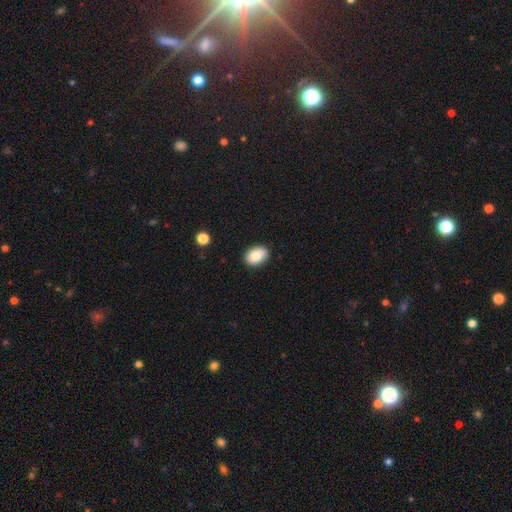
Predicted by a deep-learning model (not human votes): Smooth or featured: smooth — 80% (featured or disk — 12%)
How rounded: in between — 78% (round — 21%)
Merging: none — 87% (minor disturbance — 10%)